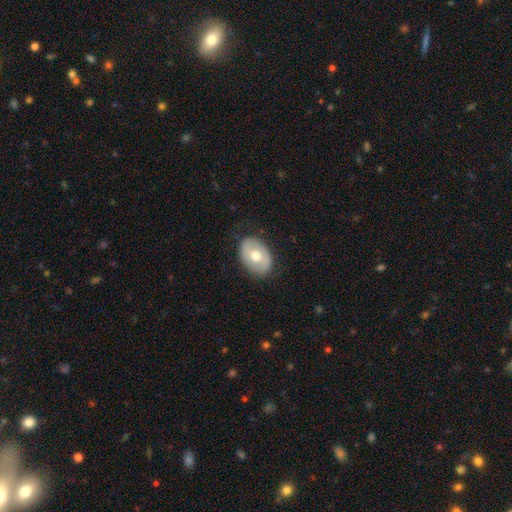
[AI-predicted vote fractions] Smooth or featured? smooth (59%)
How rounded? in between (78%)
Merging? none (81%)